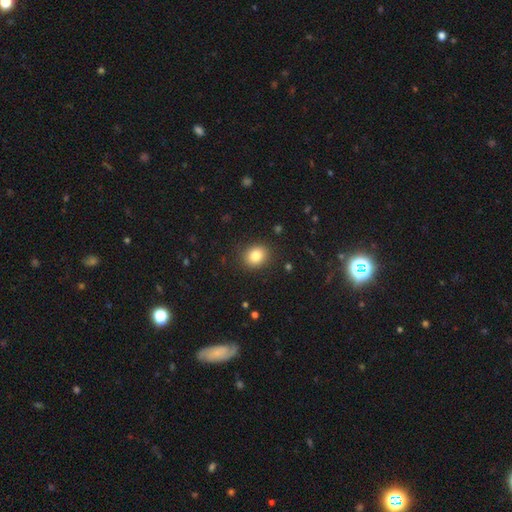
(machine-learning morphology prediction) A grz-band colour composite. It shows a smooth galaxy with no disk features (82%) that is round (68%). Merging: none (89%).